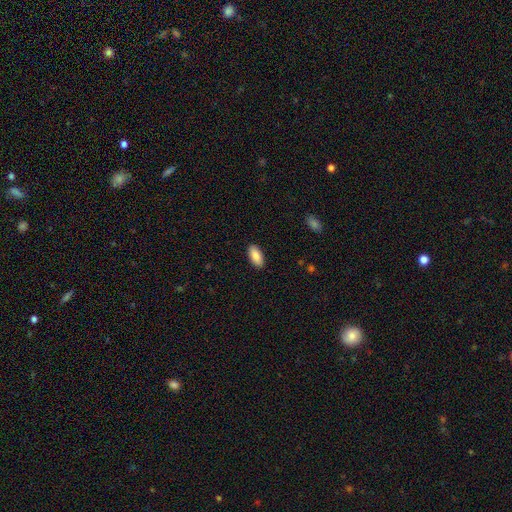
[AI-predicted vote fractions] Smooth or featured: smooth — 88% (star or artifact — 6%)
How rounded: in between — 92% (cigar-shaped — 6%)
Merging: none — 90% (minor disturbance — 8%)